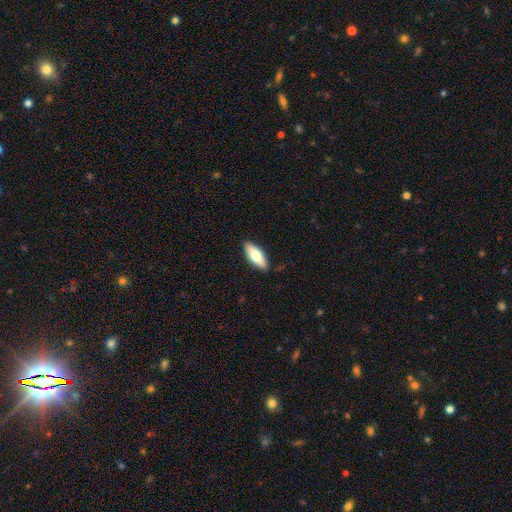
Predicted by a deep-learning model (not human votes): Q: Smooth or featured?
A: smooth (70%); runner-up: featured or disk (24%)
Q: How rounded?
A: in between (70%); runner-up: cigar-shaped (27%)
Q: Merging?
A: none (87%); runner-up: minor disturbance (10%)